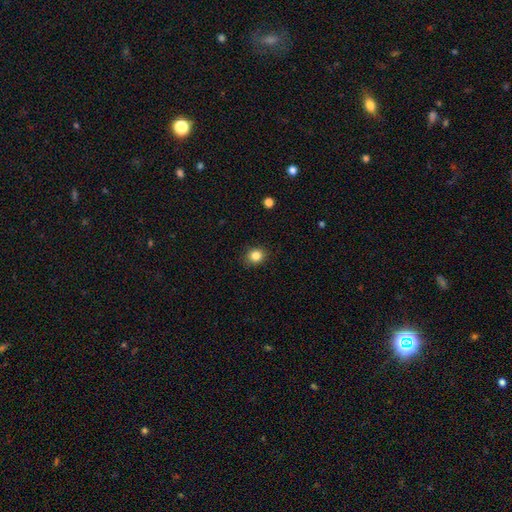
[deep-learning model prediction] smooth-or-featured: smooth: 85% | star or artifact: 11% | featured or disk: 5%
  how-rounded: round: 74% | in between: 25% | cigar-shaped: 1%
  merging: none: 87% | minor disturbance: 10% | major disturbance: 3% | merger: 1%